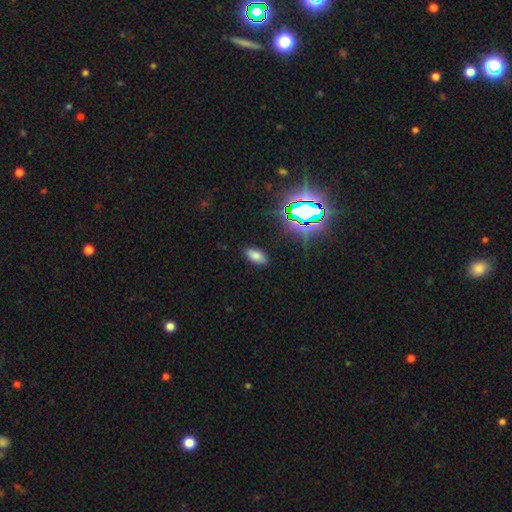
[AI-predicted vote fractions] smooth-or-featured: smooth: 73% | star or artifact: 20% | featured or disk: 7%
  how-rounded: in between: 91% | cigar-shaped: 5% | round: 3%
  merging: none: 87% | minor disturbance: 9% | major disturbance: 3% | merger: 1%